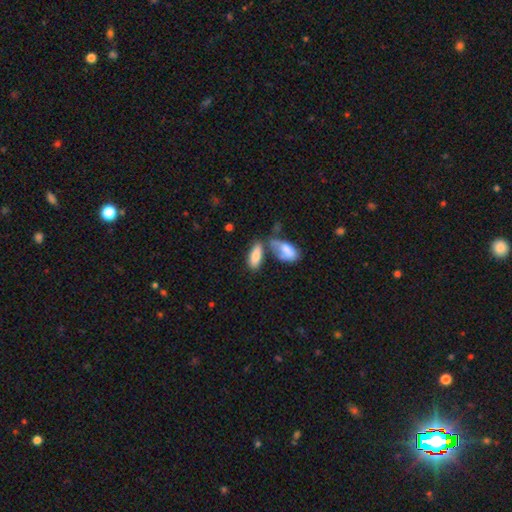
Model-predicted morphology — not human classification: The model was most divided on "merging" (2-way tie): none: 39%, merger: 39%, minor disturbance: 15%, major disturbance: 7%. More confident: how rounded — in between (82%); smooth or featured — smooth (80%).